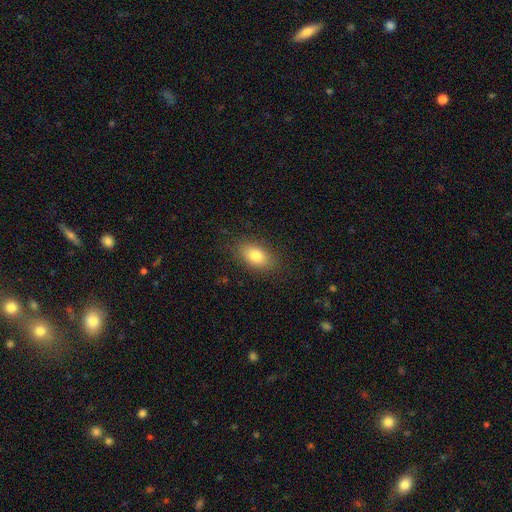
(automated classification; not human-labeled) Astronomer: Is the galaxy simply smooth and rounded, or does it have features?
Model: smooth — 80%.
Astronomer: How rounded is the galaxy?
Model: in between — 88%.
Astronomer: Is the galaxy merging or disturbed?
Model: none — 85%.